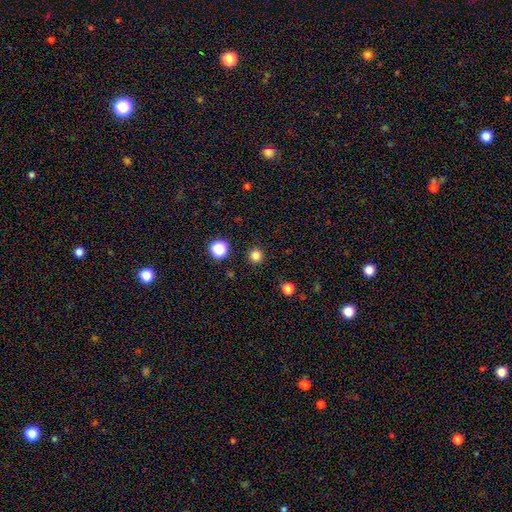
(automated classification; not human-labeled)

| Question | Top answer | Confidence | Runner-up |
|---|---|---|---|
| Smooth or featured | smooth | 82% | star or artifact (15%) |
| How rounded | round | 95% | in between (4%) |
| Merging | none | 92% | minor disturbance (5%) |